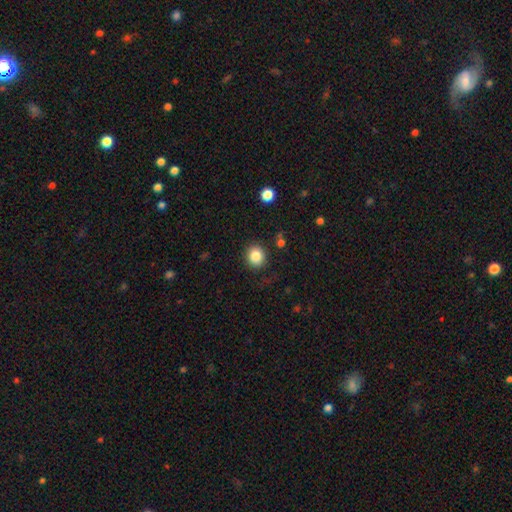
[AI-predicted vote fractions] Overall: smooth (85%). How rounded: round (81%). Merging: none (87%).